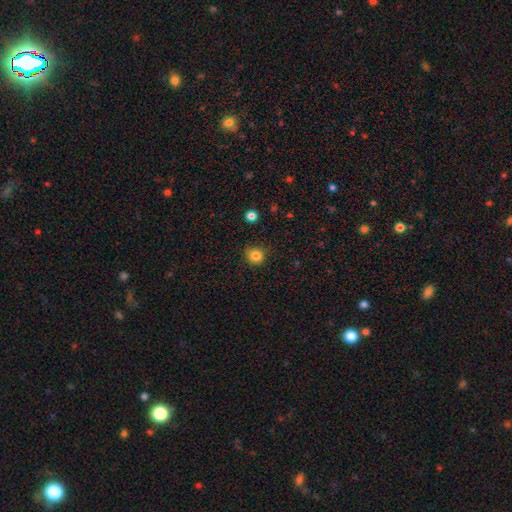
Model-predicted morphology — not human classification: A smooth galaxy with no disk features (83%) that is round (88%). Merging: none (85%).